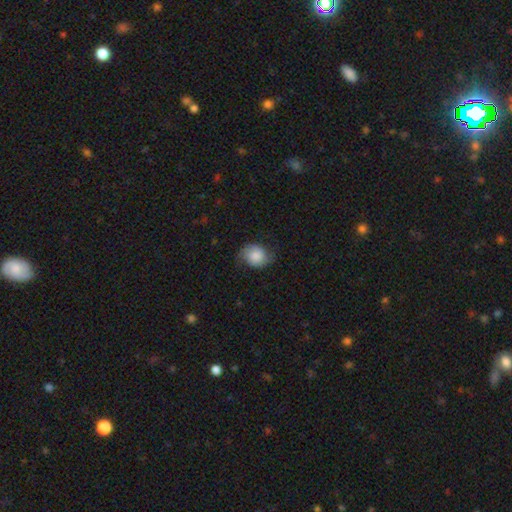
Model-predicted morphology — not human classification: type=smooth (66%); roundness=round (53%); merging=none (63%).